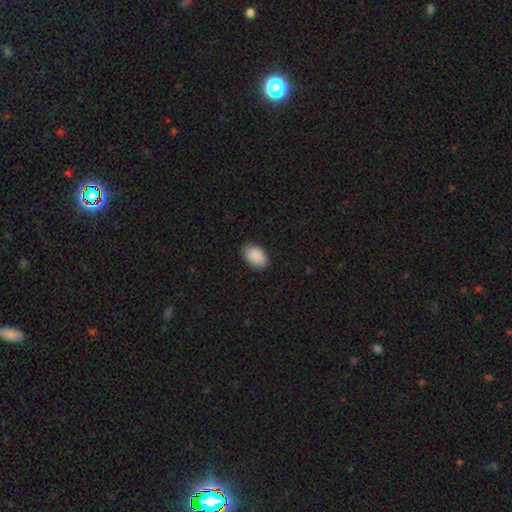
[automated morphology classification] smooth 90%, star or artifact 6%, featured or disk 3%. Down the decision tree: how rounded — in between (90%); merging — none (85%).